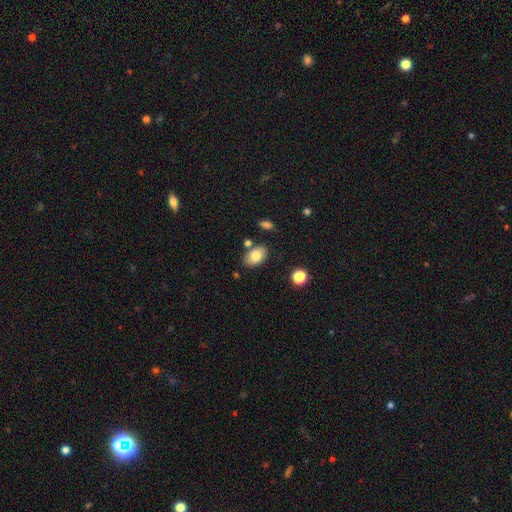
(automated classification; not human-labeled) Smooth or featured?
  - smooth: 80% *
  - featured or disk: 12%
  - star or artifact: 8%
How rounded?
  - in between: 87% *
  - round: 12%
  - cigar-shaped: 1%
Merging?
  - none: 78% *
  - minor disturbance: 13%
  - merger: 6%
  - major disturbance: 3%